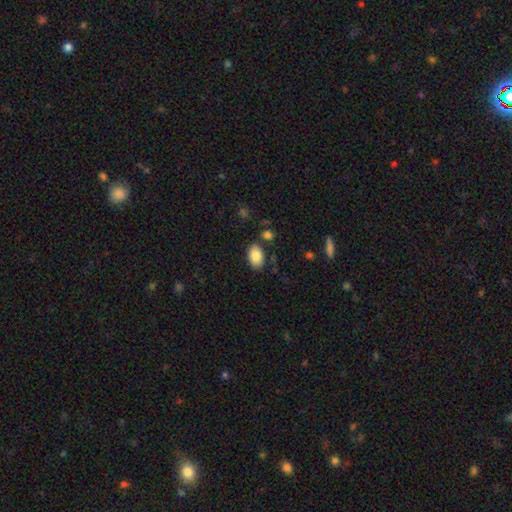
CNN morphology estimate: The model was most divided on "merging": none: 80%, minor disturbance: 12%, merger: 4%, major disturbance: 3%. More confident: how rounded — in between (93%); smooth or featured — smooth (86%).